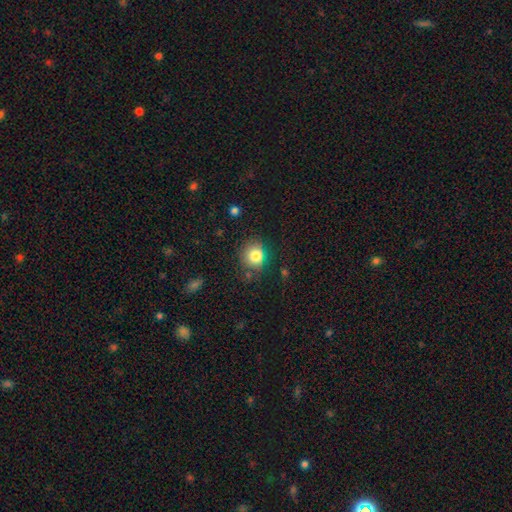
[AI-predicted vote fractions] smooth_or_featured: smooth (p=0.81) [alt: star or artifact p=0.11]
how_rounded: round (p=0.81) [alt: in between p=0.18]
merging: none (p=0.77) [alt: minor disturbance p=0.15]